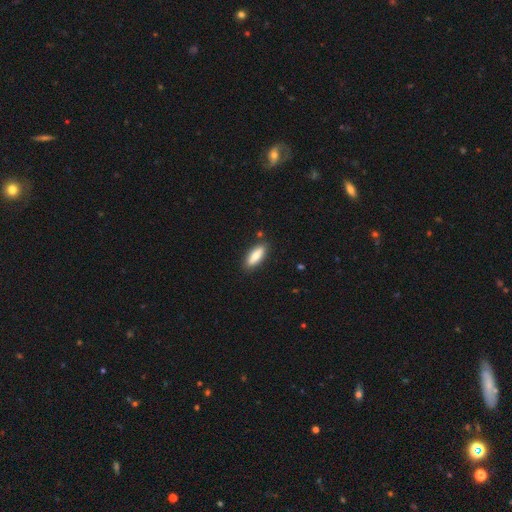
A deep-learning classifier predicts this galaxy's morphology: A smooth galaxy with no disk features (81%) that is in between round and cigar-shaped (65%).

Vote fractions:
- Smooth or featured? smooth: 81% / featured or disk: 13% / star or artifact: 6%
- How rounded? in between: 65% / cigar-shaped: 33% / round: 2%
- Merging? none: 86% / minor disturbance: 10% / major disturbance: 2% / merger: 2%